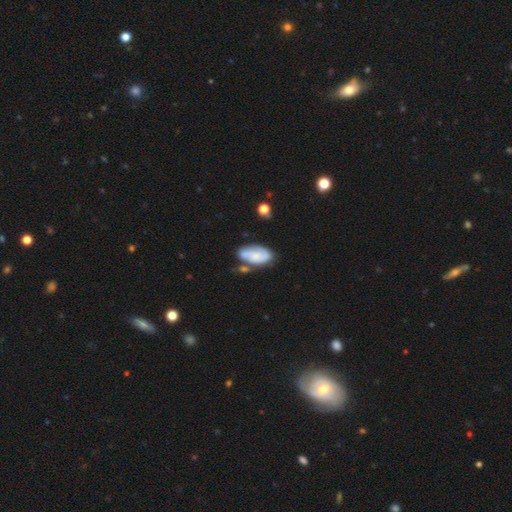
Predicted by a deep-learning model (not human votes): Smooth or featured? Predicted: smooth (p=0.54). How rounded? Predicted: in between (p=0.92). Merging? Predicted: none (p=0.47).